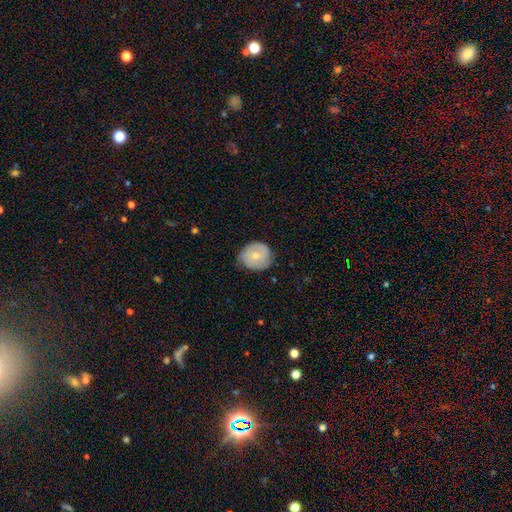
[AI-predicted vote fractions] Smooth or featured: smooth — 53% (featured or disk — 41%)
How rounded: round — 72% (in between — 27%)
Merging: none — 68% (minor disturbance — 26%)